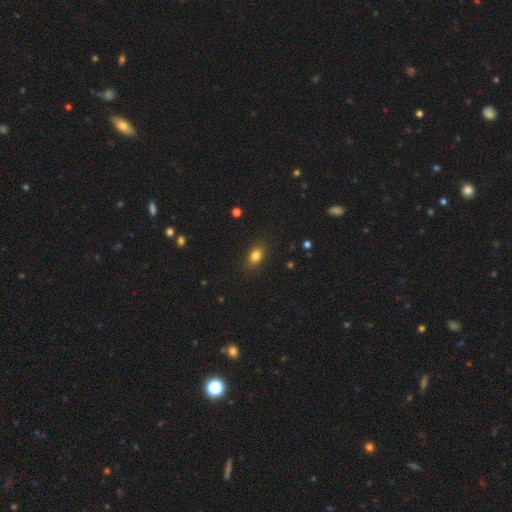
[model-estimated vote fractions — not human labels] smooth-or-featured: smooth: 82% | star or artifact: 11% | featured or disk: 7%
  how-rounded: in between: 75% | round: 22% | cigar-shaped: 3%
  merging: none: 86% | minor disturbance: 10% | major disturbance: 3% | merger: 1%